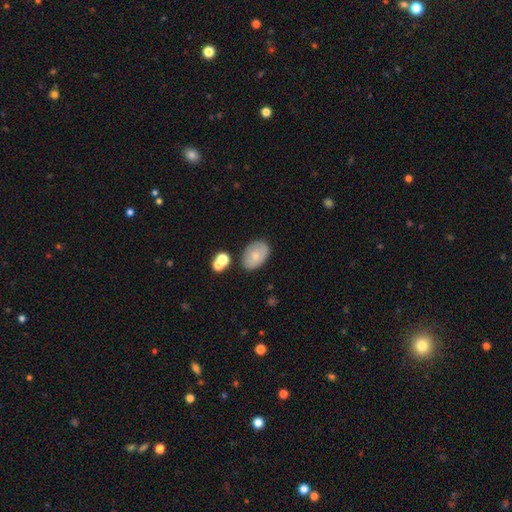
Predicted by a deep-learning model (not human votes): This is likely a smooth galaxy (73%). How rounded: clearly in between (85%). Merging: likely none (76%).